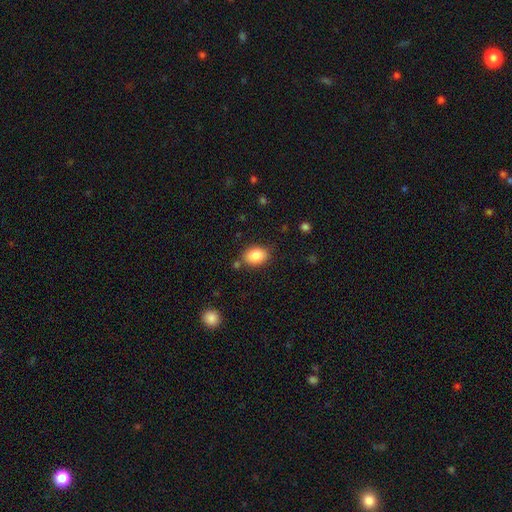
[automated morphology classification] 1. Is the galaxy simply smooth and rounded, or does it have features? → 85% smooth, 8% star or artifact, 7% featured or disk.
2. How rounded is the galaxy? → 77% in between, 22% round, 1% cigar-shaped.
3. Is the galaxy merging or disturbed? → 80% none, 13% minor disturbance, 5% merger, 3% major disturbance.